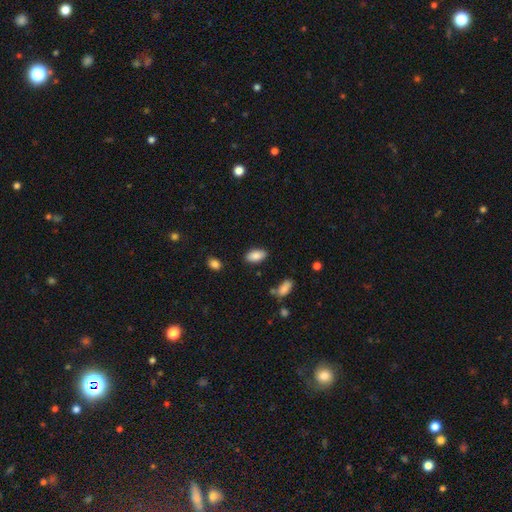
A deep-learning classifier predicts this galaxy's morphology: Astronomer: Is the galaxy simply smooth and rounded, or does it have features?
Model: smooth — 86%.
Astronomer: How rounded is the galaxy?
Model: in between — 94%.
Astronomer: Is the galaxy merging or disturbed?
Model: none — 85%.